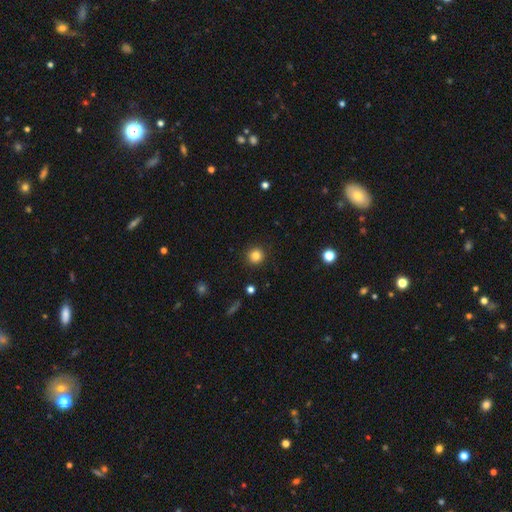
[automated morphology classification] Smooth or featured: smooth — 83% (star or artifact — 12%)
How rounded: round — 94% (in between — 5%)
Merging: none — 92% (minor disturbance — 5%)